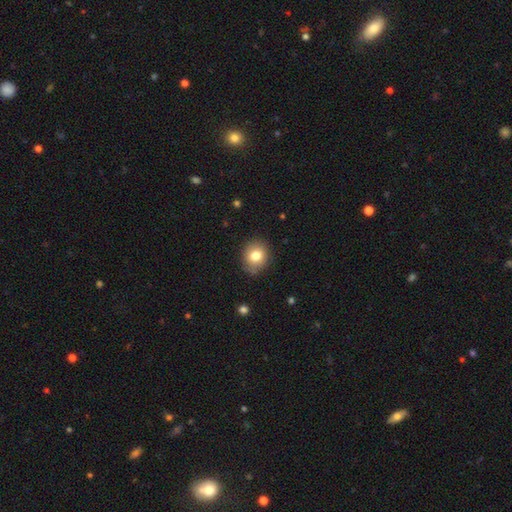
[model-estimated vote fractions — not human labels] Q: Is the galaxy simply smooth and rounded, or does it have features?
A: smooth — 79%.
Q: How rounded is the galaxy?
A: round — 71%.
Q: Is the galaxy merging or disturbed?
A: none — 83%.